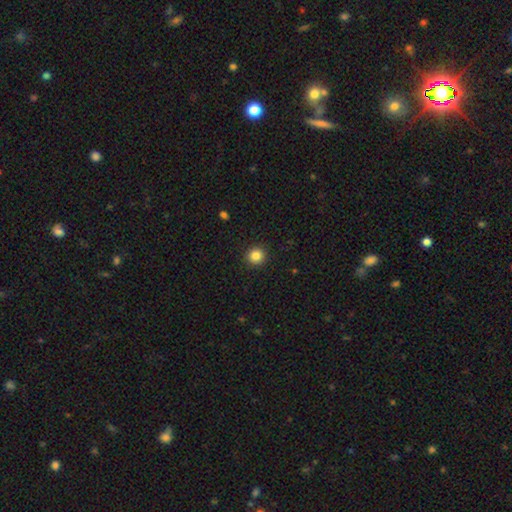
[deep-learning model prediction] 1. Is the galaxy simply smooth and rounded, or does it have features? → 85% smooth, 11% star or artifact, 4% featured or disk.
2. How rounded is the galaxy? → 94% round, 5% in between, 1% cigar-shaped.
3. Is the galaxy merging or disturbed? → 92% none, 5% minor disturbance, 2% major disturbance, 1% merger.